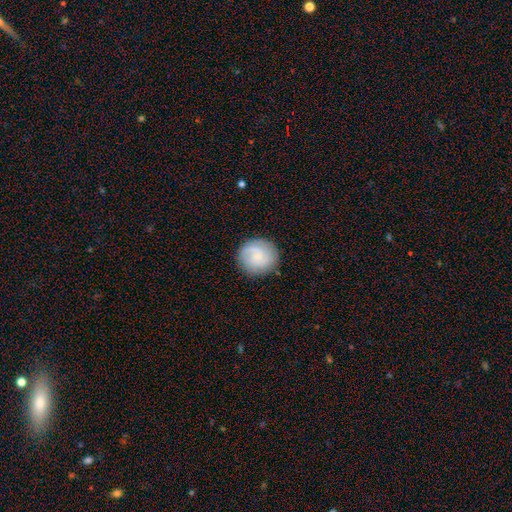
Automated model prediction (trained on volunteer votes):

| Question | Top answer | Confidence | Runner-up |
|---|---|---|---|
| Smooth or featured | smooth | 59% | featured or disk (33%) |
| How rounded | round | 88% | in between (11%) |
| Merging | none | 85% | minor disturbance (11%) |